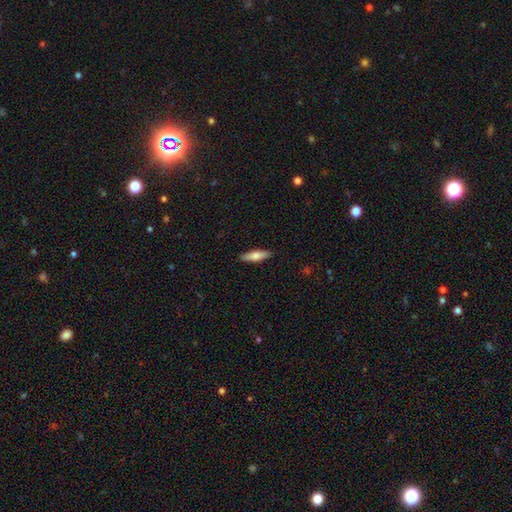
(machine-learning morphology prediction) A smooth galaxy with no disk features (69%) that is cigar-shaped (60%). Merging: none (89%).